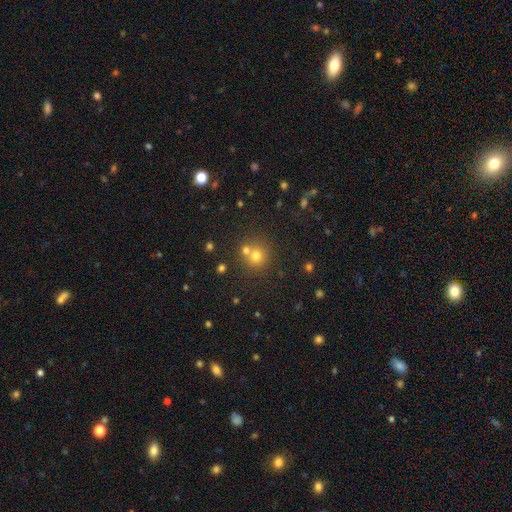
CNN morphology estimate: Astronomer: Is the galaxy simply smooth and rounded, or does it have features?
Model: smooth — 70%.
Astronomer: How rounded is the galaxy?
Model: round — 89%.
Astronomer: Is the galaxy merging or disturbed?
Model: none — 59%.